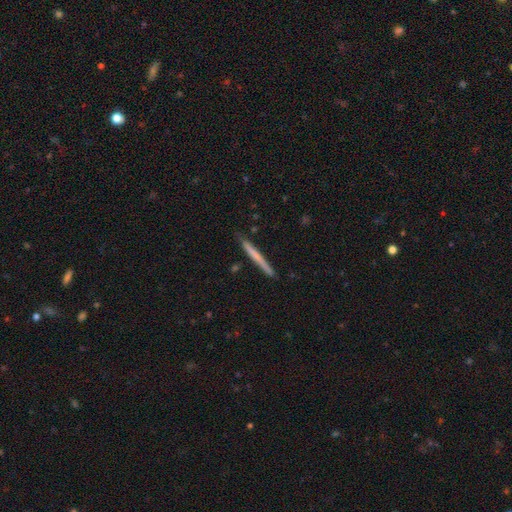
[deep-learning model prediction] Q: Smooth or featured?
A: smooth (58%); runner-up: featured or disk (37%)
Q: How rounded?
A: cigar-shaped (97%); runner-up: in between (2%)
Q: Merging?
A: none (88%); runner-up: minor disturbance (9%)